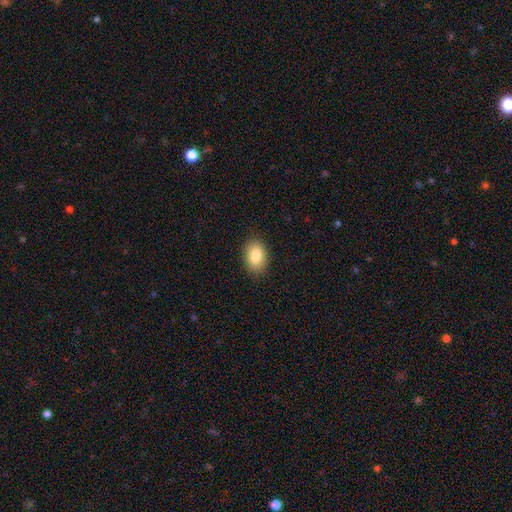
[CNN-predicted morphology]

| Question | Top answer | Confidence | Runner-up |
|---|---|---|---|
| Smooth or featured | smooth | 84% | featured or disk (8%) |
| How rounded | in between | 84% | round (15%) |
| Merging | none | 87% | minor disturbance (9%) |